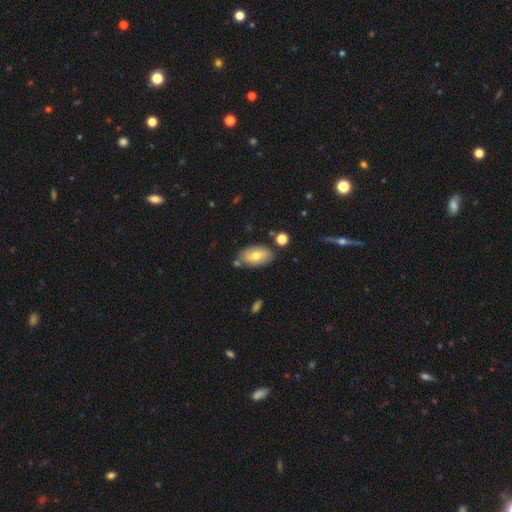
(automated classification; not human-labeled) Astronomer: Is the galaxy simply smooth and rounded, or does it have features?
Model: smooth — 68%.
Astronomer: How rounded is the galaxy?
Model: in between — 92%.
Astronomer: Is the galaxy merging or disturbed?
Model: none — 75%.